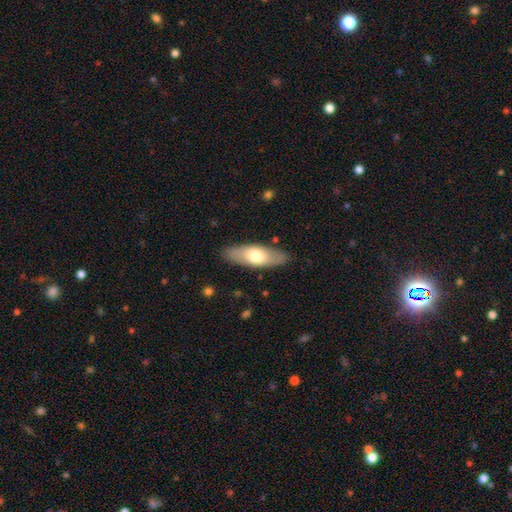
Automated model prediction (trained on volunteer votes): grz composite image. It shows a smooth galaxy with no disk features (64%) that is in between round and cigar-shaped (67%). Merging: none (86%).